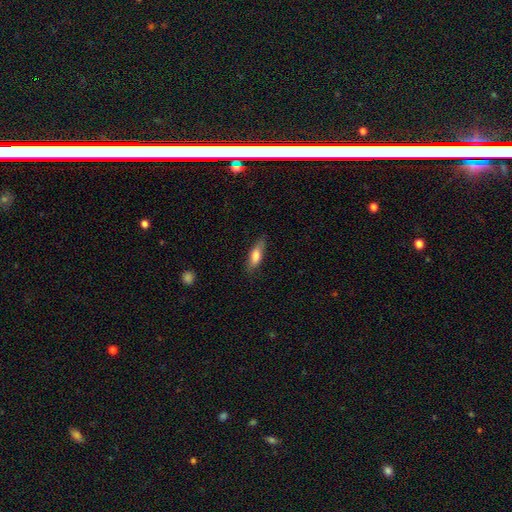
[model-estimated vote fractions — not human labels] This appears to be a smooth galaxy with no disk features (76%) that is in between round and cigar-shaped (57%). Merging: none (73%).